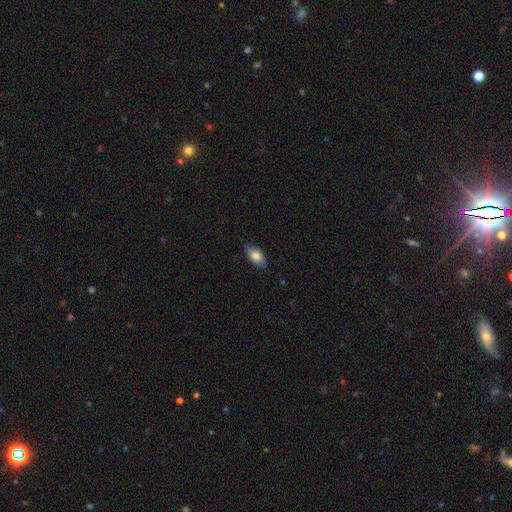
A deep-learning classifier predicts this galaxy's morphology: A smooth galaxy with no disk features (82%) that is in between round and cigar-shaped (91%).

Vote fractions:
- Smooth or featured? smooth: 82% / featured or disk: 11% / star or artifact: 7%
- How rounded? in between: 91% / cigar-shaped: 5% / round: 4%
- Merging? none: 81% / minor disturbance: 16% / major disturbance: 3% / merger: 1%